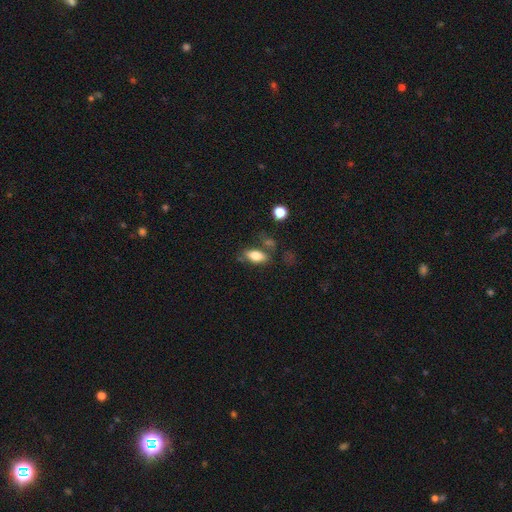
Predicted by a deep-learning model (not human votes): Overall: smooth (78%). How rounded: in between (84%). Merging: none (64%).